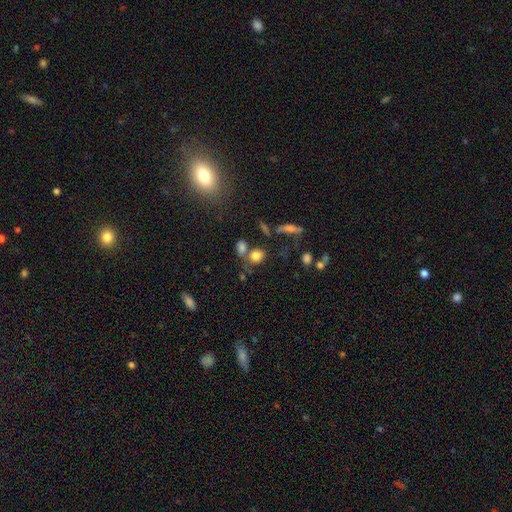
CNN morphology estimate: smooth-or-featured: smooth: 78% | star or artifact: 12% | featured or disk: 10%
  how-rounded: round: 51% | in between: 46% | cigar-shaped: 2%
  merging: none: 53% | merger: 28% | minor disturbance: 13% | major disturbance: 6%